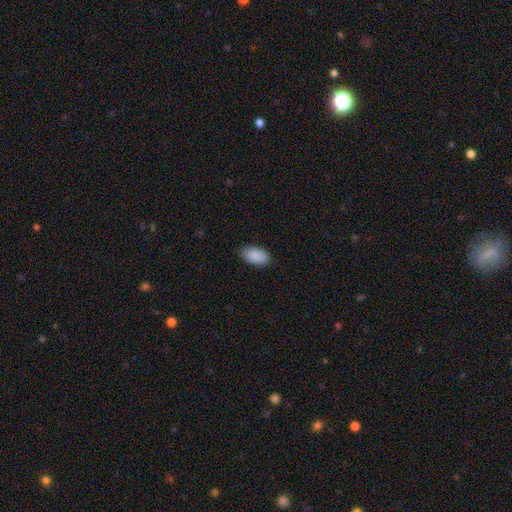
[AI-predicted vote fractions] Overall: smooth (91%). How rounded: in between (95%). Merging: none (87%).